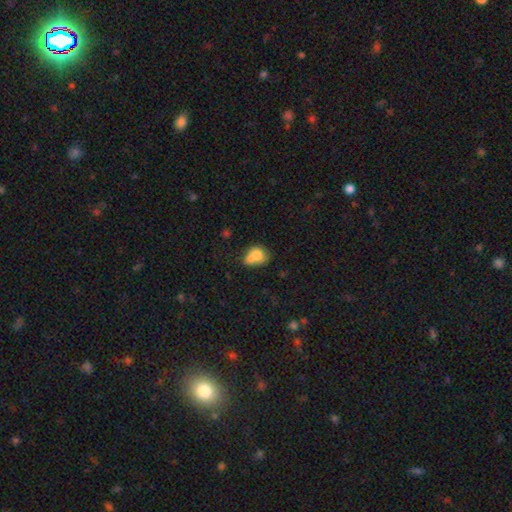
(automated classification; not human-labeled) smooth-or-featured: smooth: 73% | featured or disk: 17% | star or artifact: 9%
  how-rounded: round: 50% | in between: 49% | cigar-shaped: 1%
  merging: merger: 55% | none: 26% | minor disturbance: 13% | major disturbance: 6%